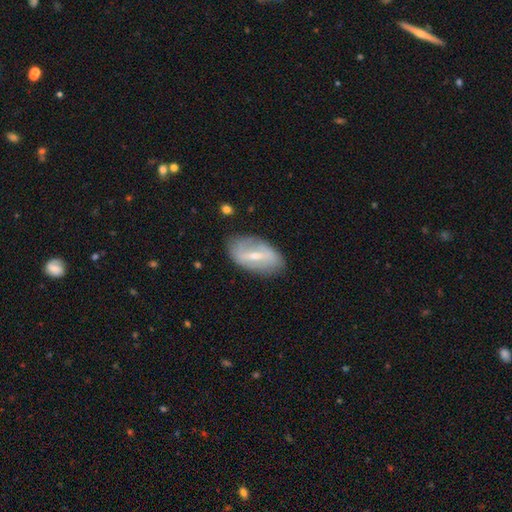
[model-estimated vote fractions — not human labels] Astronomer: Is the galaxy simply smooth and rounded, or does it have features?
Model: featured or disk — 65%.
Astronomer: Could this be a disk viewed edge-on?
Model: no — 88%.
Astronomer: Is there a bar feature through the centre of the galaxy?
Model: strong — 55% (runner-up: weak, 35%).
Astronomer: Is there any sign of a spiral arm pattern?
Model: no — 53% (runner-up: yes, 47%).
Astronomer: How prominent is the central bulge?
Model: small — 53% (runner-up: moderate, 42%).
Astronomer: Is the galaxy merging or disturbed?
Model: none — 78%.